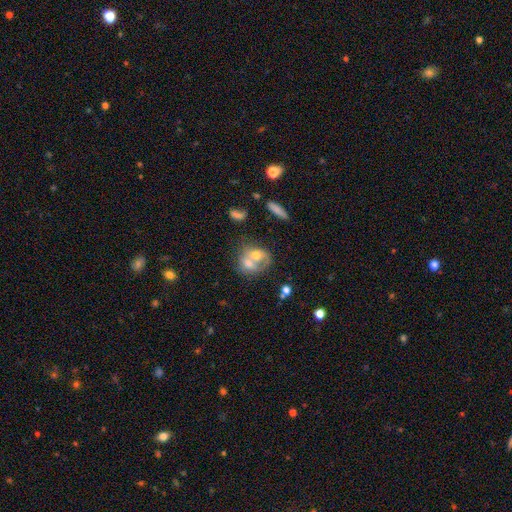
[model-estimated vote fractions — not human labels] Smooth or featured? smooth (52%)
How rounded? round (55%)
Merging? merger (71%)